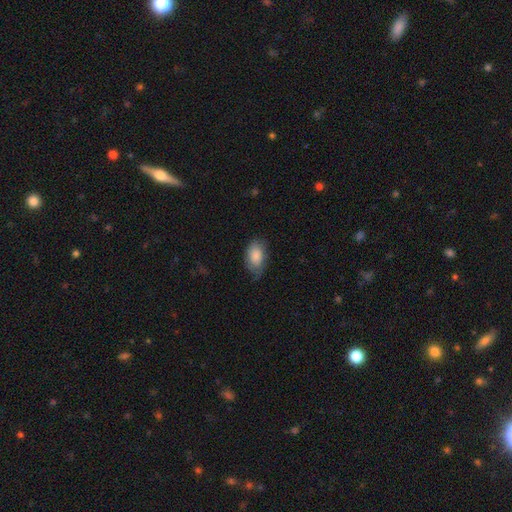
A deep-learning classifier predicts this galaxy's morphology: Smooth or featured? Predicted: smooth (p=0.80). How rounded? Predicted: in between (p=0.90). Merging? Predicted: none (p=0.59).